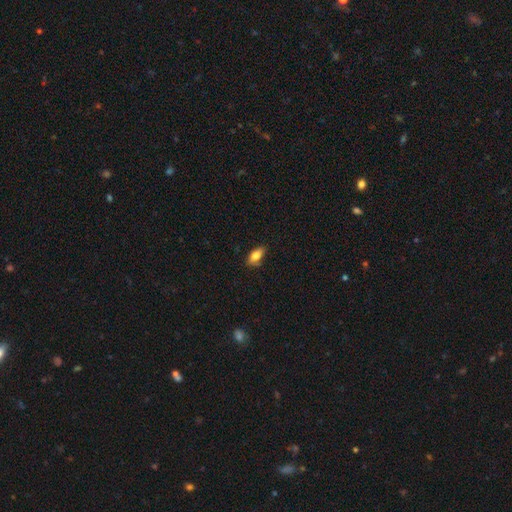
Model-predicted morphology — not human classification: type=smooth (82%); roundness=in between (88%); merging=none (75%).